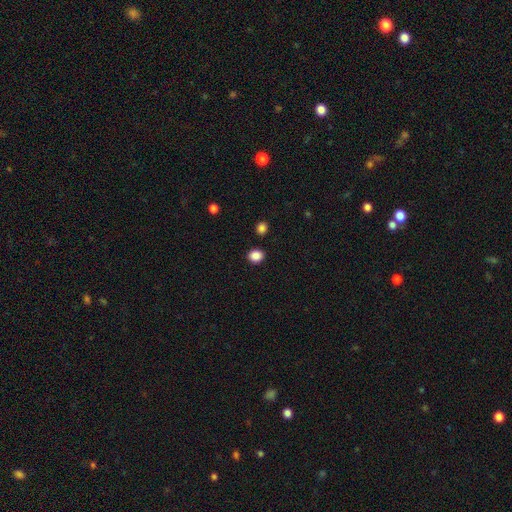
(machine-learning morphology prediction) The model was most divided on "how rounded": round: 66%, in between: 33%, cigar-shaped: 1%. More confident: merging — none (88%); smooth or featured — smooth (88%).